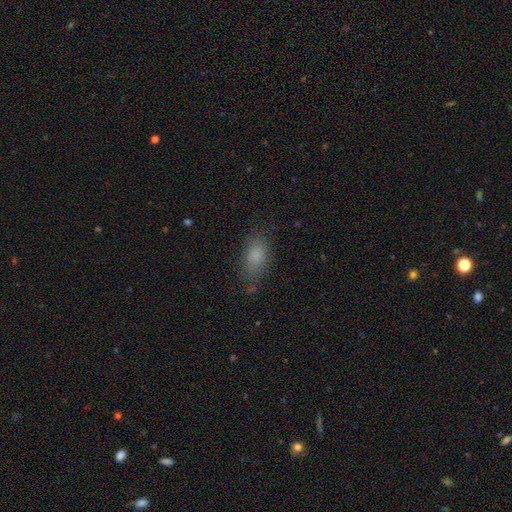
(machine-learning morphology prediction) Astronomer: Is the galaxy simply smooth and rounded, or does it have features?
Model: smooth — 82%.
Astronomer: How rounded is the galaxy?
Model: in between — 85%.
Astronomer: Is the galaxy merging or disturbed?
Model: none — 73%.